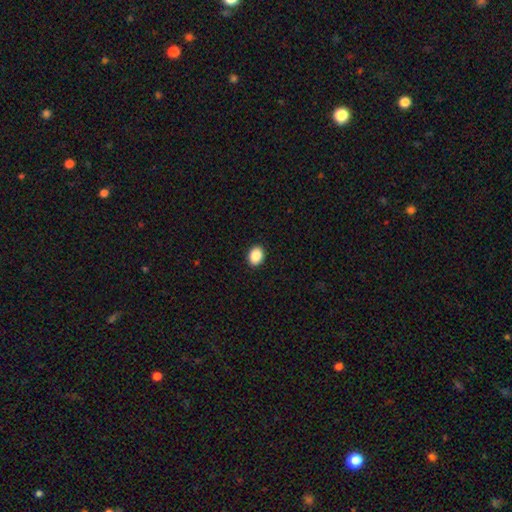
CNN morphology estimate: A smooth galaxy with no disk features (89%) that is in between round and cigar-shaped (65%).

Vote fractions:
- Smooth or featured? smooth: 89% / star or artifact: 8% / featured or disk: 3%
- How rounded? in between: 65% / round: 34% / cigar-shaped: 1%
- Merging? none: 92% / minor disturbance: 6% / major disturbance: 2% / merger: 1%